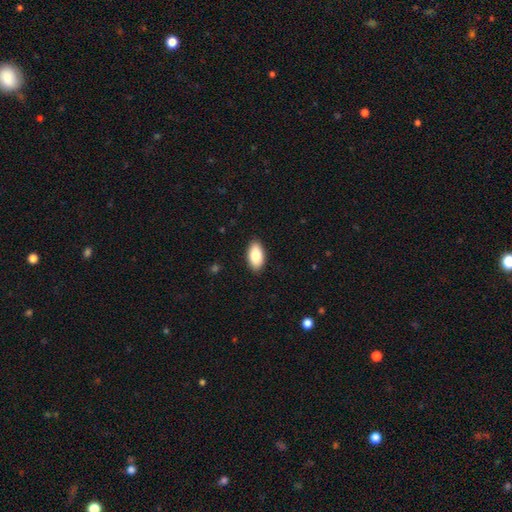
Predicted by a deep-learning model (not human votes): smooth_or_featured: smooth (p=0.84) [alt: featured or disk p=0.10]
how_rounded: in between (p=0.94) [alt: cigar-shaped p=0.03]
merging: none (p=0.89) [alt: minor disturbance p=0.08]